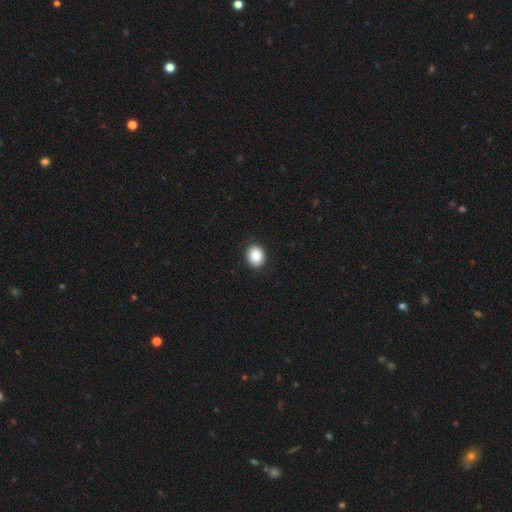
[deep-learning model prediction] A smooth galaxy with no disk features (89%) that is round (57%). Merging: none (90%).